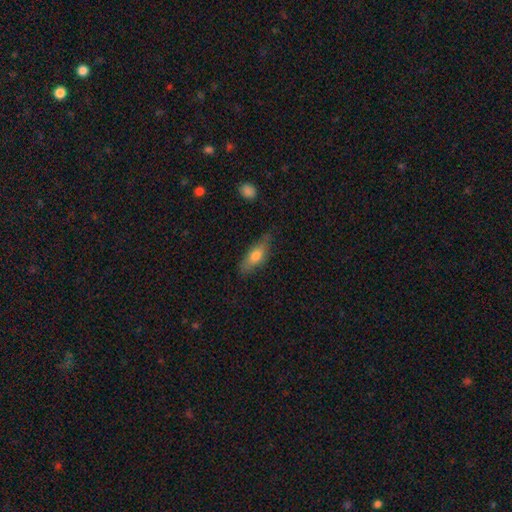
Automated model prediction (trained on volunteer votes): A smooth galaxy with no disk features (69%) that is in between round and cigar-shaped (66%).

Vote fractions:
- Smooth or featured? smooth: 69% / featured or disk: 25% / star or artifact: 6%
- How rounded? in between: 66% / cigar-shaped: 31% / round: 3%
- Merging? none: 69% / minor disturbance: 24% / major disturbance: 5% / merger: 2%